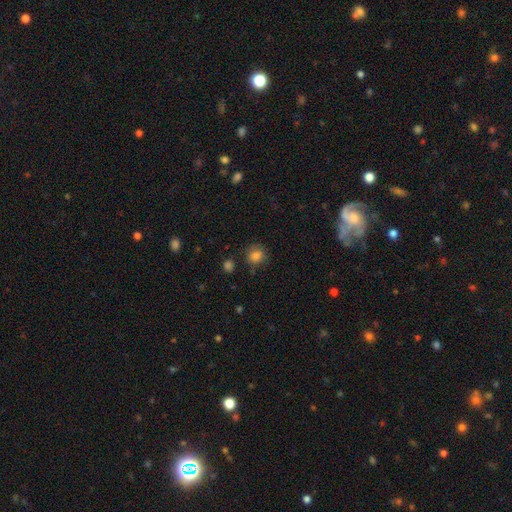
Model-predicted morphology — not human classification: type=smooth (82%); roundness=round (83%); merging=none (77%).